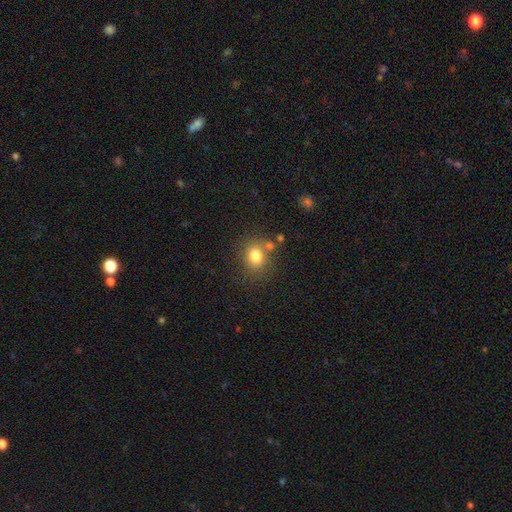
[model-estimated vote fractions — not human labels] This is likely a smooth galaxy (79%). How rounded: likely round (69%). Merging: likely none (70%).